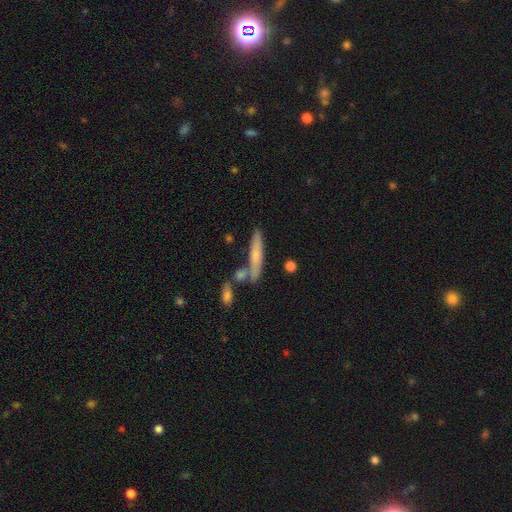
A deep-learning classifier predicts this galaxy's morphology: This is possibly a smooth galaxy (59%). How rounded: clearly cigar-shaped (88%). Merging: likely none (70%).